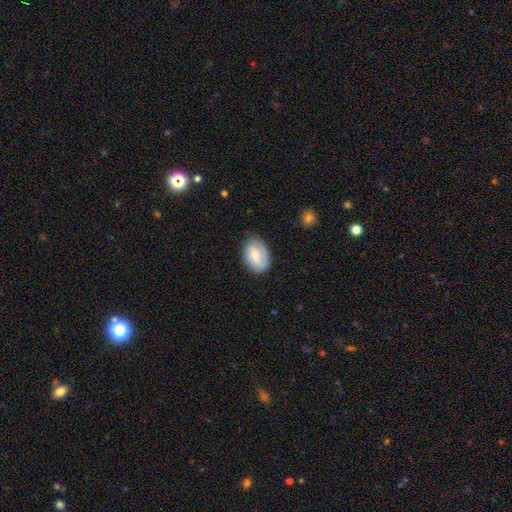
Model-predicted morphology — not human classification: Smooth or featured? smooth (75%)
How rounded? in between (86%)
Merging? none (77%)